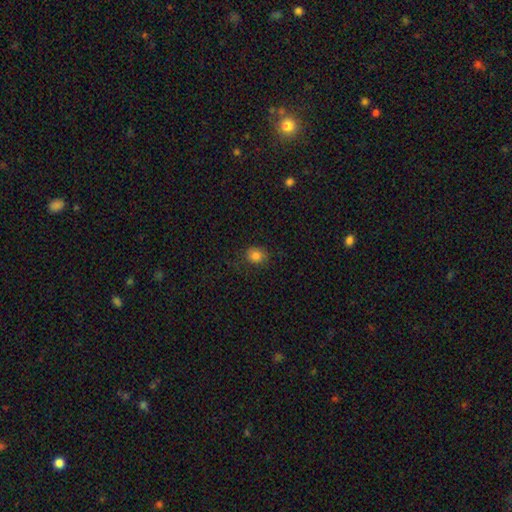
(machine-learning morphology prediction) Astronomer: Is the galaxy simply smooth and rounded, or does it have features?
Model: smooth — 82%.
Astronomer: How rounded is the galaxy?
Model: round — 64%.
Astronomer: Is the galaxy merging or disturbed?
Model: none — 80%.